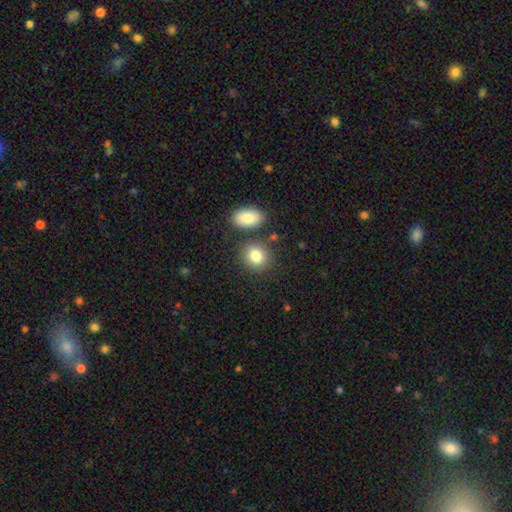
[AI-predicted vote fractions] Smooth or featured? Predicted: smooth (p=0.83). How rounded? Predicted: round (p=0.71). Merging? Predicted: none (p=0.76).